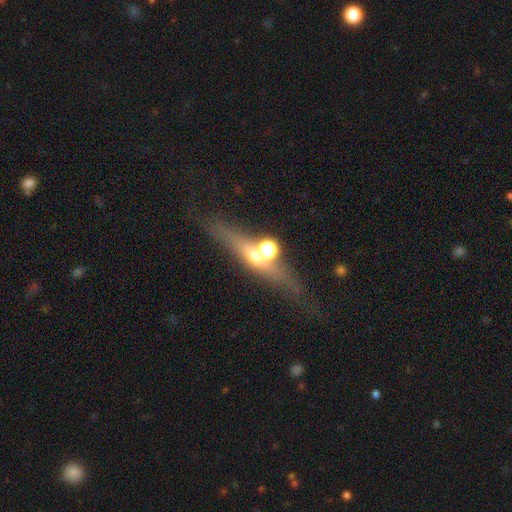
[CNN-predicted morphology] Smooth or featured: featured or disk — 58% (smooth — 27%)
Edge-on disk: yes — 83% (no — 17%)
Merging: none — 66% (merger — 15%)